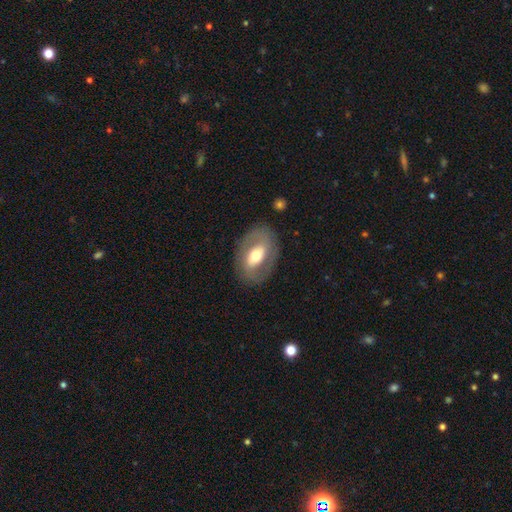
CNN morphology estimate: This is possibly a featured or disk galaxy (56%). It is clearly not viewed edge-on (92%). Bar: marginally weak (35%). Spiral arm pattern: possibly no (58%). Central bulge: likely moderate (67%). Merging: clearly none (81%).